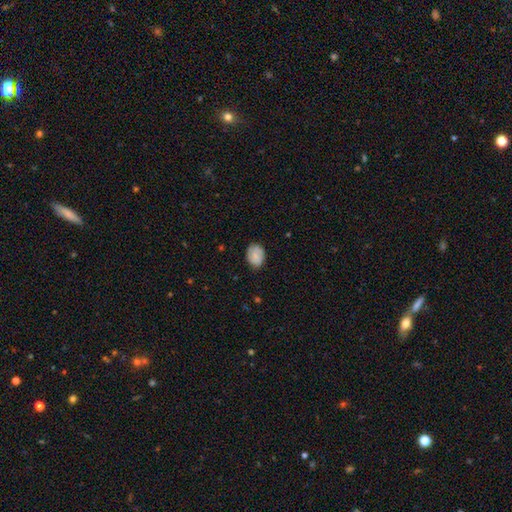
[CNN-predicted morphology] Smooth or featured? smooth (78%)
How rounded? in between (64%)
Merging? none (78%)